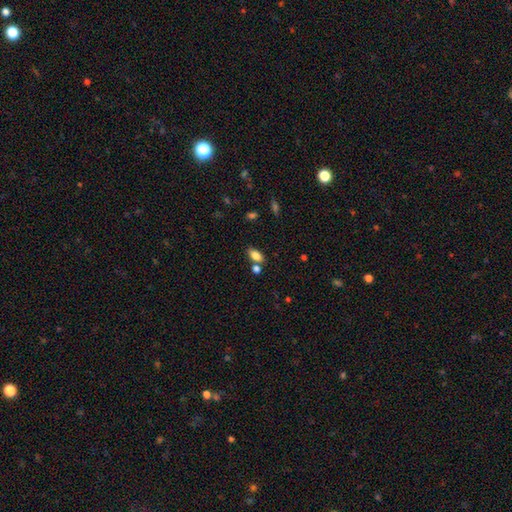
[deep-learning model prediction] Smooth or featured? Predicted: smooth (p=0.83). How rounded? Predicted: in between (p=0.89). Merging? Predicted: none (p=0.65).